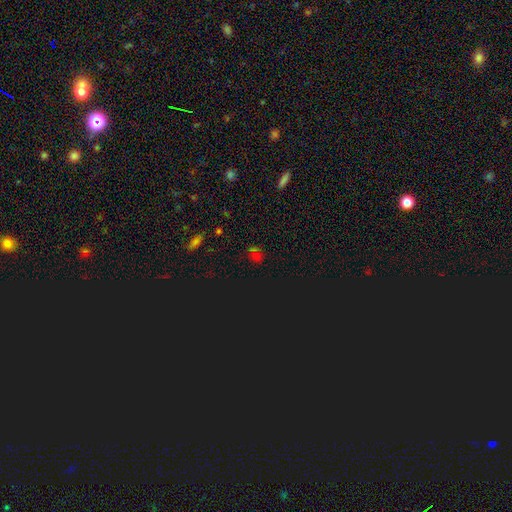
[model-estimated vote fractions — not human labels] Smooth or featured?
  - star or artifact: 58% *
  - smooth: 34%
  - featured or disk: 7%